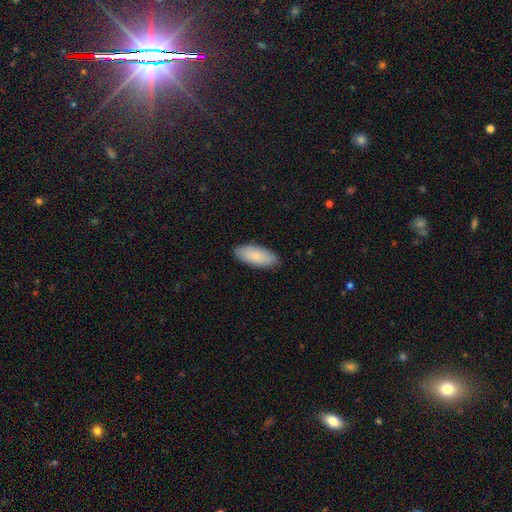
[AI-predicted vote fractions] Smooth or featured: smooth — 82% (featured or disk — 13%)
How rounded: in between — 85% (cigar-shaped — 13%)
Merging: none — 87% (minor disturbance — 11%)